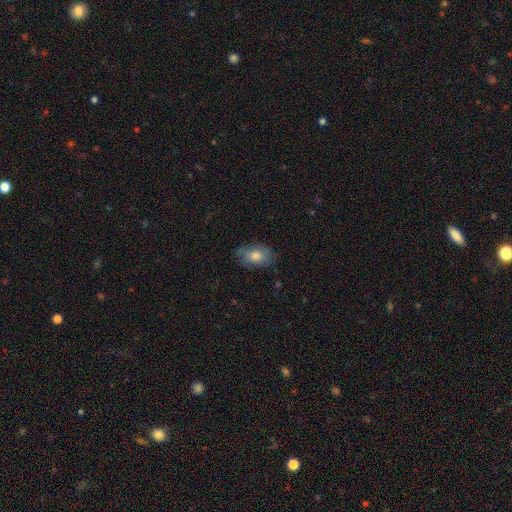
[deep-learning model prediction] This is likely a smooth galaxy (73%). How rounded: clearly in between (85%). Merging: likely none (78%).